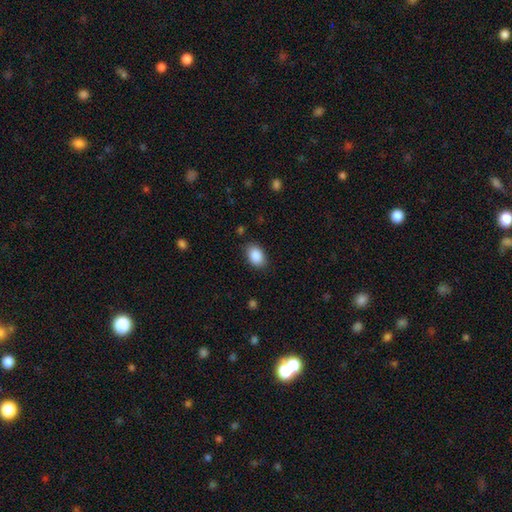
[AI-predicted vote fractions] smooth-or-featured: smooth: 88% | star or artifact: 7% | featured or disk: 4%
  how-rounded: in between: 85% | round: 14% | cigar-shaped: 1%
  merging: none: 85% | minor disturbance: 11% | major disturbance: 3% | merger: 1%